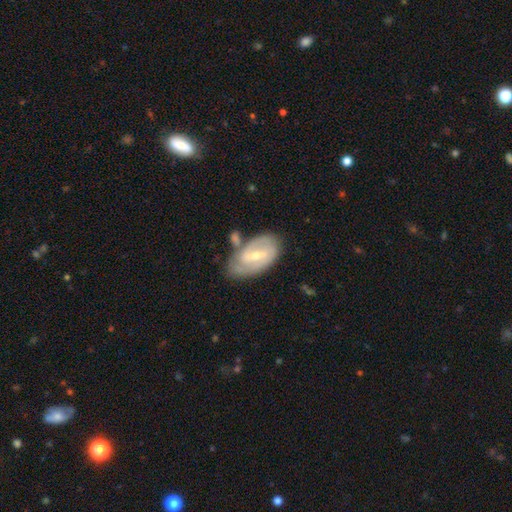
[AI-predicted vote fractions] featured or disk 78%, smooth 17%, star or artifact 5%. Down the decision tree: edge-on disk — no (95%); bar — weak (48%); spiral arms — yes (88%); spiral arm count — 2 (74%); spiral winding — medium (42%, tied with tight); bulge size — small (51%); merging — none (60%).